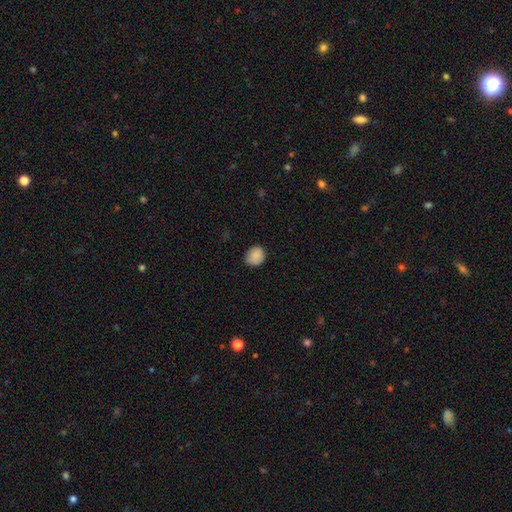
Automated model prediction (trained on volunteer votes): Smooth or featured: smooth — 88% (star or artifact — 8%)
How rounded: round — 73% (in between — 27%)
Merging: none — 78% (minor disturbance — 18%)